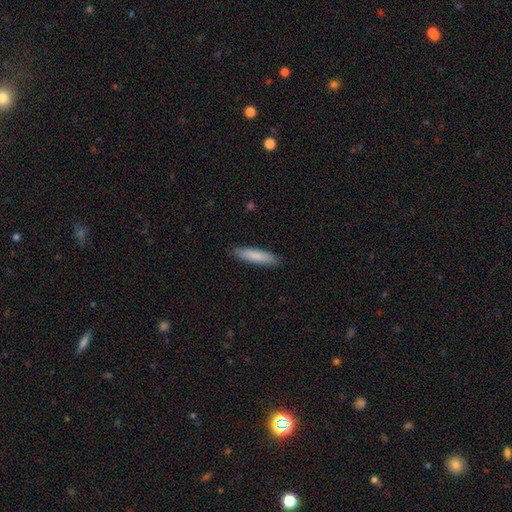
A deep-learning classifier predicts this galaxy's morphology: A smooth galaxy with no disk features (84%) that is cigar-shaped (81%). Merging: none (89%).